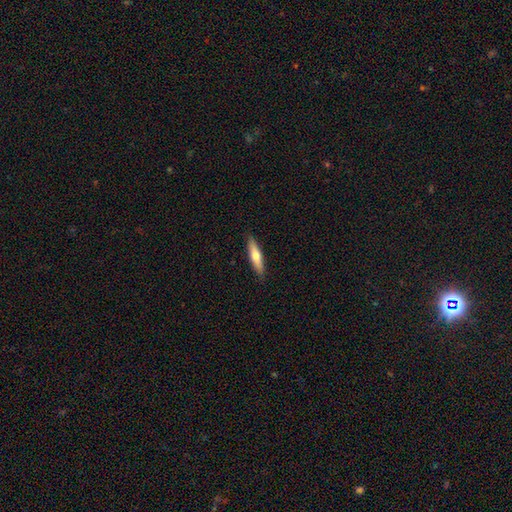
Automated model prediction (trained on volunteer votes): smooth_or_featured: smooth (p=0.60) [alt: featured or disk p=0.35]
how_rounded: cigar-shaped (p=0.74) [alt: in between p=0.25]
merging: none (p=0.89) [alt: minor disturbance p=0.08]